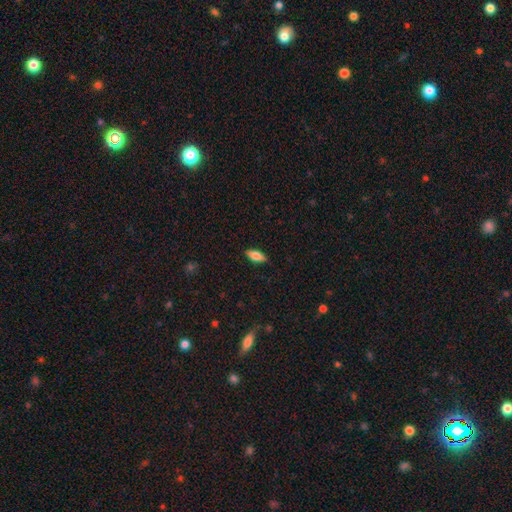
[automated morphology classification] A smooth galaxy with no disk features (81%) that is in between round and cigar-shaped (84%). Merging: none (87%).